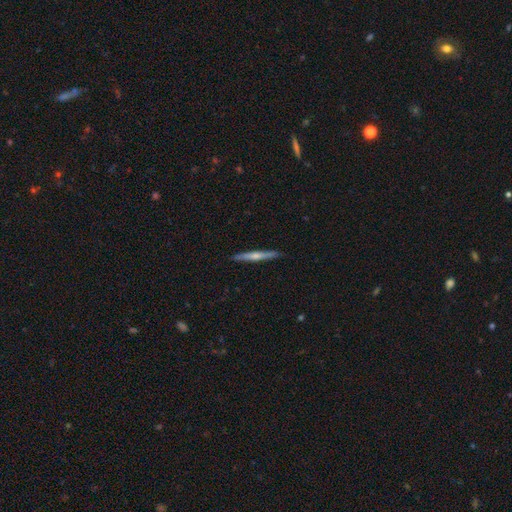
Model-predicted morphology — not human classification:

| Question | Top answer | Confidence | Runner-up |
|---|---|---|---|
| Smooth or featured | featured or disk | 48% | smooth (46%) |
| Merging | none | 90% | minor disturbance (7%) |